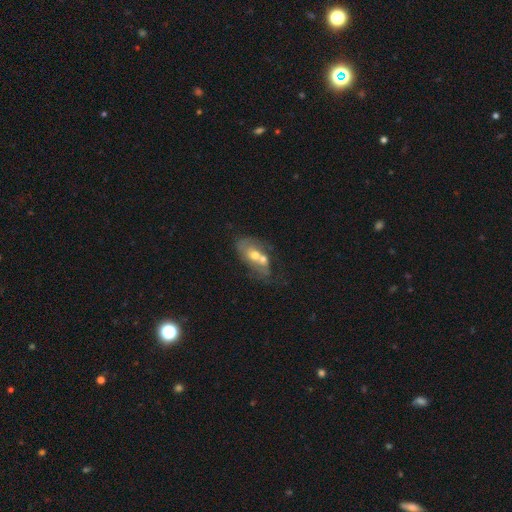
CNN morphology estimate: Smooth or featured?
  - featured or disk: 49% *
  - smooth: 42%
  - star or artifact: 9%
Merging?
  - merger: 59% *
  - none: 19%
  - minor disturbance: 12%
  - major disturbance: 10%